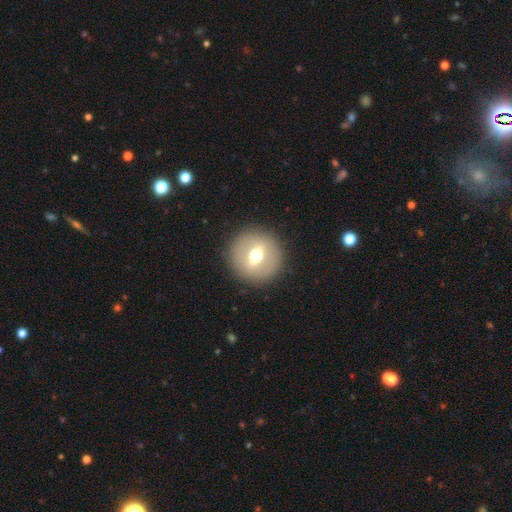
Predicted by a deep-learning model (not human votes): Overall: smooth (47%; featured or disk 45%). Merging: none (90%).